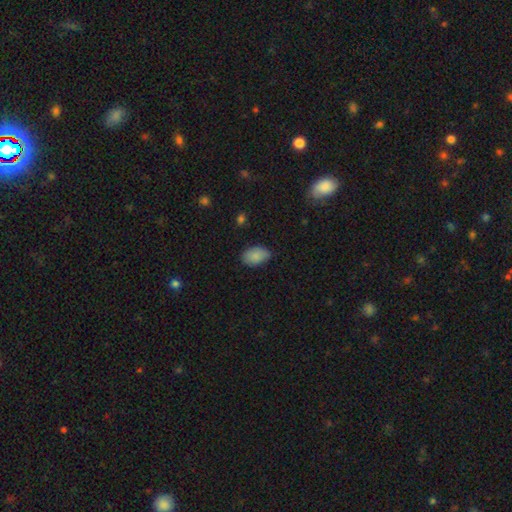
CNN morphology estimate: A smooth galaxy with no disk features (86%) that is in between round and cigar-shaped (90%). Merging: none (75%).